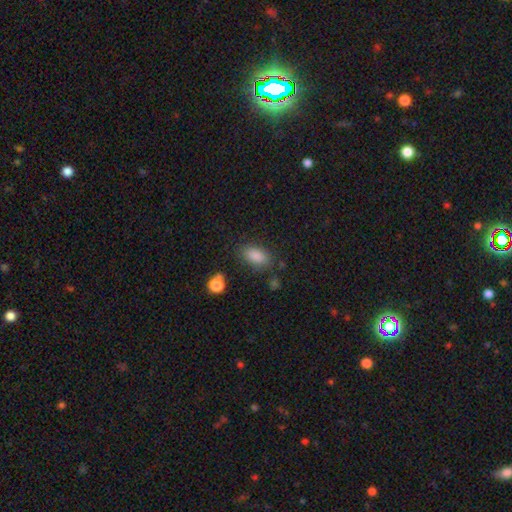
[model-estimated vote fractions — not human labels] This is clearly a smooth galaxy (85%). How rounded: clearly in between (89%). Merging: clearly none (81%).